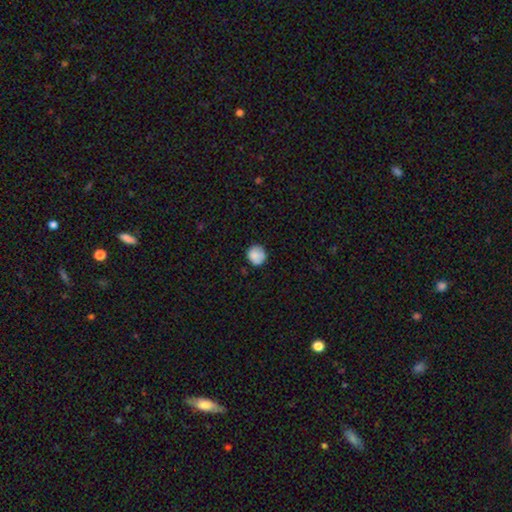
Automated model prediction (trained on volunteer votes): Smooth or featured: smooth — 81% (featured or disk — 11%)
How rounded: round — 88% (in between — 11%)
Merging: none — 76% (minor disturbance — 18%)